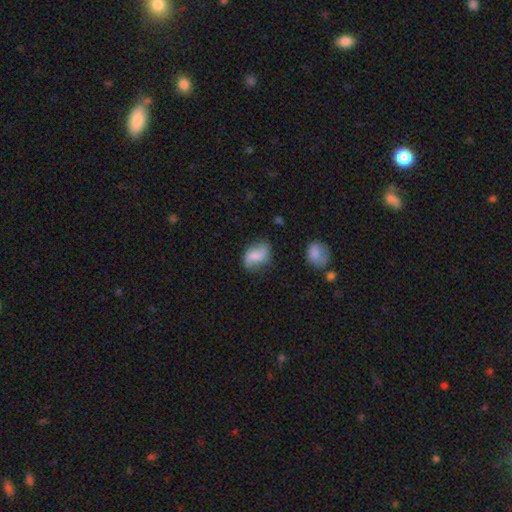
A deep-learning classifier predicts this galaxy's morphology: Smooth or featured: smooth — 53% (featured or disk — 38%)
How rounded: in between — 80% (round — 17%)
Merging: none — 61% (minor disturbance — 26%)